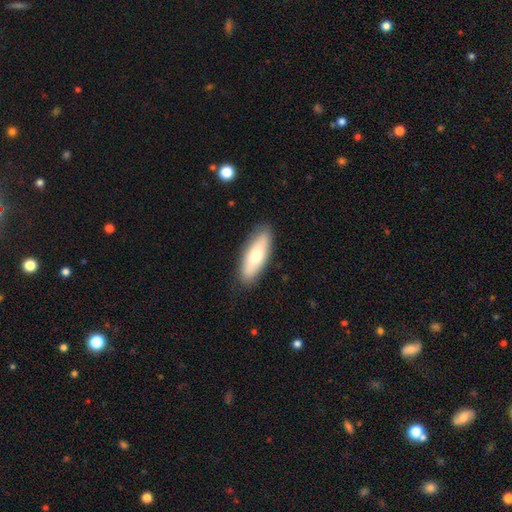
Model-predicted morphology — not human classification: A smooth galaxy with no disk features (68%) that is in between round and cigar-shaped (65%).

Vote fractions:
- Smooth or featured? smooth: 68% / featured or disk: 27% / star or artifact: 5%
- How rounded? in between: 65% / cigar-shaped: 33% / round: 2%
- Merging? none: 87% / minor disturbance: 10% / major disturbance: 2% / merger: 1%